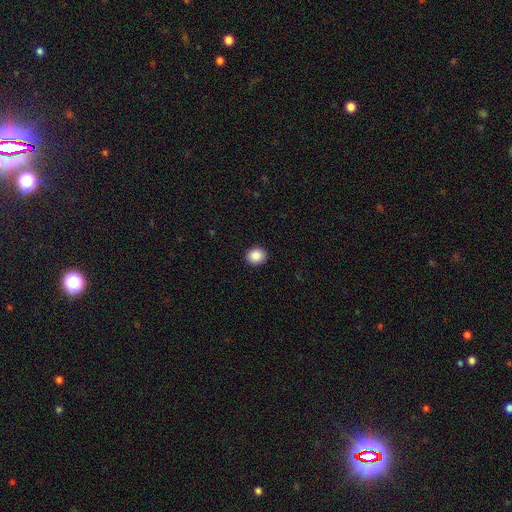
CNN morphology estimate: Overall: smooth (88%). How rounded: round (75%). Merging: none (92%).